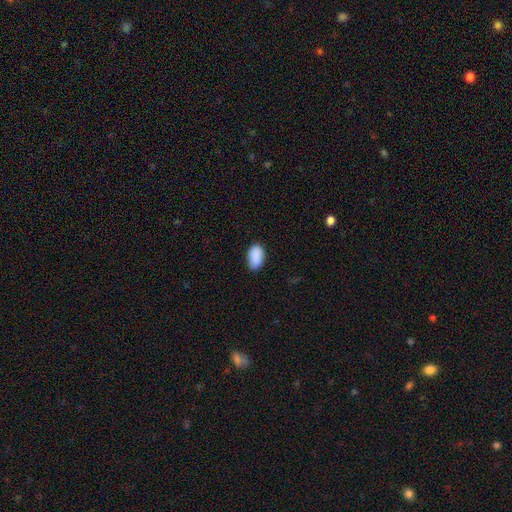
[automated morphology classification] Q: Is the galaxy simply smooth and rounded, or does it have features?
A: smooth — 90%.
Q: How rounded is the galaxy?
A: in between — 93%.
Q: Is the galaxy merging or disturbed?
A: none — 79%.